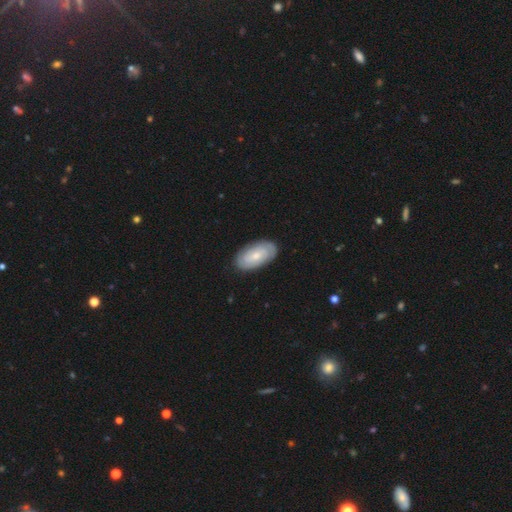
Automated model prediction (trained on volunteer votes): A featured or disk galaxy (54%) with no bar (66%), spiral arms (79%) and a small central bulge (59%).

Vote fractions:
- Smooth or featured? featured or disk: 54% / smooth: 41% / star or artifact: 5%
- Edge-on disk? no: 94% / yes: 6%
- Bar? no: 66% / weak: 28% / strong: 7%
- Spiral arms? yes: 79% / no: 21%
- Bulge size? small: 59% / moderate: 36% / large: 2% / none: 2% / dominant: 1%
- Merging? none: 86% / minor disturbance: 11% / major disturbance: 2% / merger: 1%